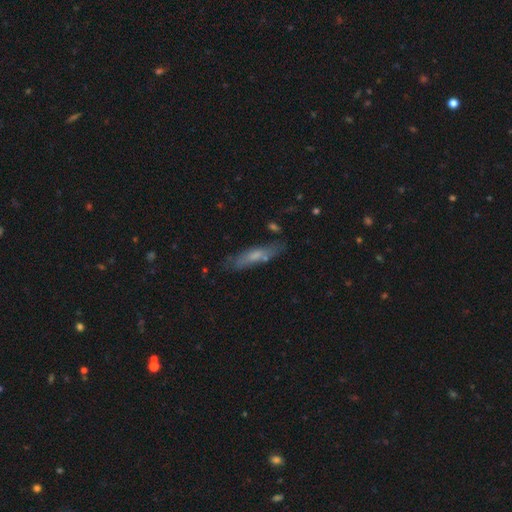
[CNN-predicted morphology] Smooth or featured?
  - smooth: 53% *
  - featured or disk: 39%
  - star or artifact: 8%
How rounded?
  - cigar-shaped: 77% *
  - in between: 21%
  - round: 2%
Merging?
  - none: 72% *
  - minor disturbance: 18%
  - major disturbance: 5%
  - merger: 5%